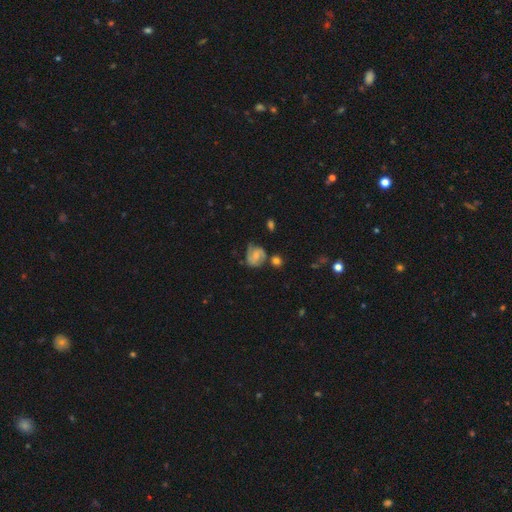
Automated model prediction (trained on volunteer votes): A featured or disk galaxy (60%) with no bar (51%), 2 (66%) medium (43%) spiral arms (89%) and a small central bulge (48%).

Vote fractions:
- Smooth or featured? featured or disk: 60% / smooth: 32% / star or artifact: 8%
- Edge-on disk? no: 97% / yes: 3%
- Bar? no: 51% / weak: 40% / strong: 9%
- Spiral arms? yes: 89% / no: 11%
- Spiral winding? medium: 43% / tight: 40% / loose: 17%
- Spiral arm count? 2: 66% / can't tell: 15% / 3: 9% / 1: 7% / 4: 2% / more than 4: 2%
- Bulge size? small: 48% / moderate: 34% / none: 14% / large: 3% / dominant: 1%
- Merging? none: 53% / minor disturbance: 26% / major disturbance: 12% / merger: 10%